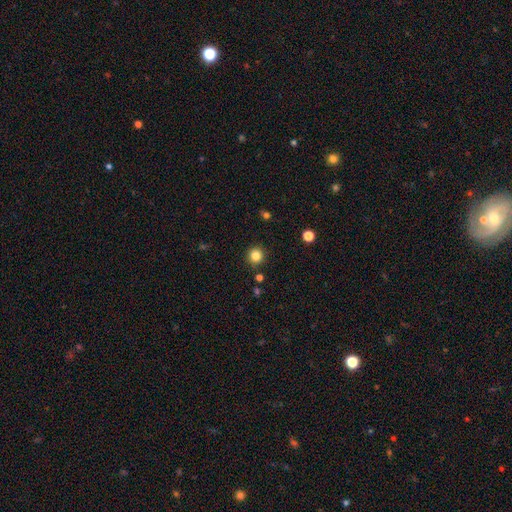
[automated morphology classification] A smooth galaxy with no disk features (83%) that is round (93%).

Vote fractions:
- Smooth or featured? smooth: 83% / star or artifact: 12% / featured or disk: 5%
- How rounded? round: 93% / in between: 6% / cigar-shaped: 1%
- Merging? none: 90% / minor disturbance: 6% / merger: 2% / major disturbance: 2%